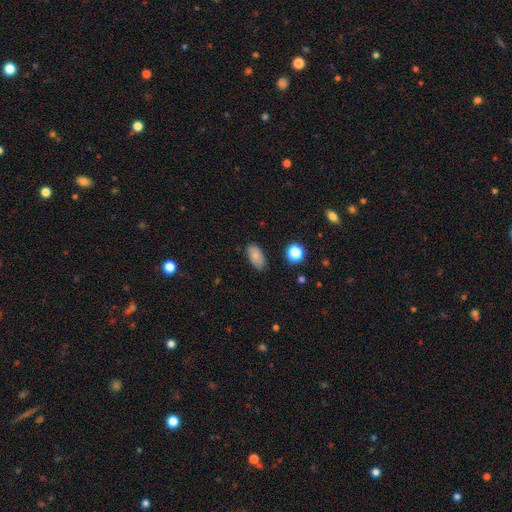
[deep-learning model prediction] A smooth galaxy with no disk features (81%) that is in between round and cigar-shaped (90%). Merging: none (81%).